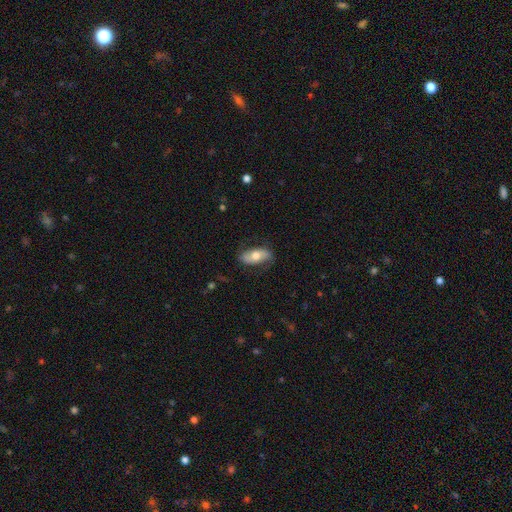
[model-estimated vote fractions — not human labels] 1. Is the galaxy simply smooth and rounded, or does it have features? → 53% smooth, 41% featured or disk, 6% star or artifact.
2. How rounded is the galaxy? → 86% in between, 10% cigar-shaped, 4% round.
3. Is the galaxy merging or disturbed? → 76% none, 17% minor disturbance, 6% major disturbance, 1% merger.